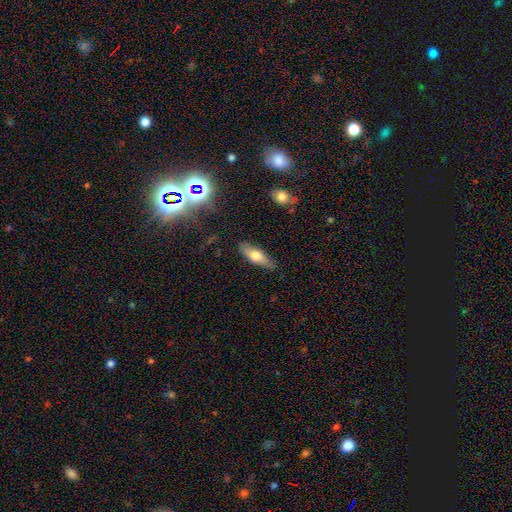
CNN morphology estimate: A smooth galaxy with no disk features (60%) that is in between round and cigar-shaped (57%).

Vote fractions:
- Smooth or featured? smooth: 60% / featured or disk: 33% / star or artifact: 7%
- How rounded? in between: 57% / cigar-shaped: 41% / round: 3%
- Merging? none: 83% / minor disturbance: 13% / major disturbance: 3% / merger: 1%